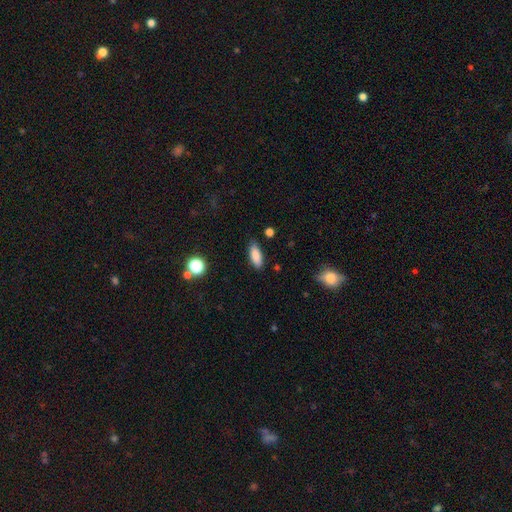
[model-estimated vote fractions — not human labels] Smooth or featured? Predicted: smooth (p=0.85). How rounded? Predicted: in between (p=0.70). Merging? Predicted: none (p=0.84).